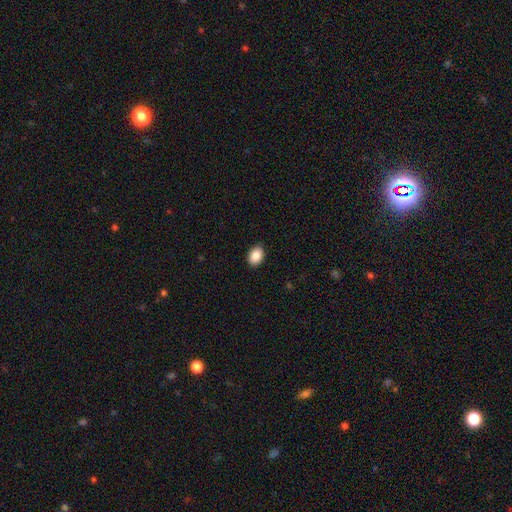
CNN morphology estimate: The model was most divided on "how rounded": in between: 81%, round: 18%, cigar-shaped: 1%. More confident: smooth or featured — smooth (88%); merging — none (88%).